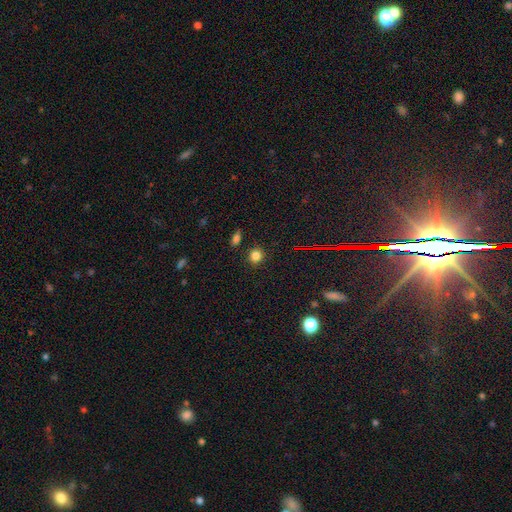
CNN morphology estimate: type=smooth (80%); roundness=round (82%); merging=none (86%).